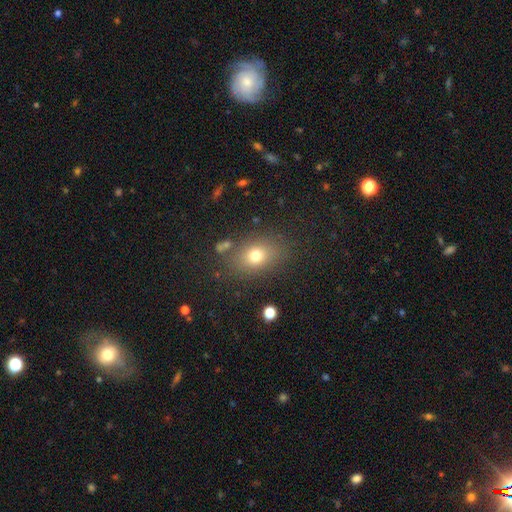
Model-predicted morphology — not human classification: smooth 74%, star or artifact 14%, featured or disk 12%. Down the decision tree: how rounded — in between (67%); merging — none (79%).